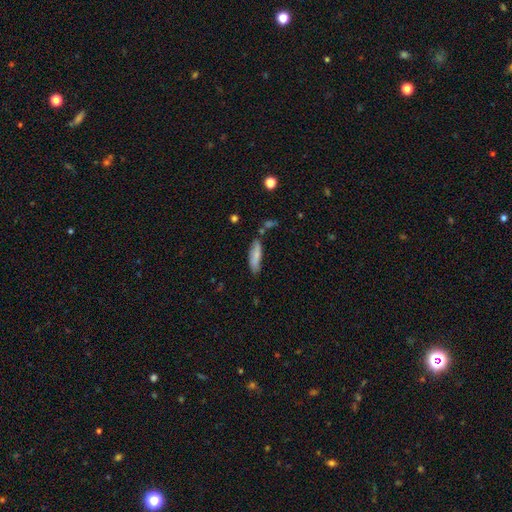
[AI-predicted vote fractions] This appears to be a smooth galaxy with no disk features (78%) that is cigar-shaped (60%). Merging: none (73%).